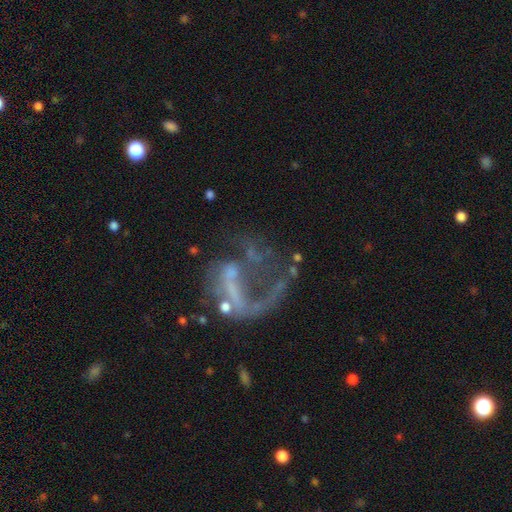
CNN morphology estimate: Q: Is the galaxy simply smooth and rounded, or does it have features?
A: featured or disk — 70%.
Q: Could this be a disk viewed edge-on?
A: no — 97%.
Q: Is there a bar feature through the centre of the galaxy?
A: no — 57%.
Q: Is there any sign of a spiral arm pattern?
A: no — 54%.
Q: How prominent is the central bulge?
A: none — 59%.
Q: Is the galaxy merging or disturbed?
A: major disturbance — 47%.